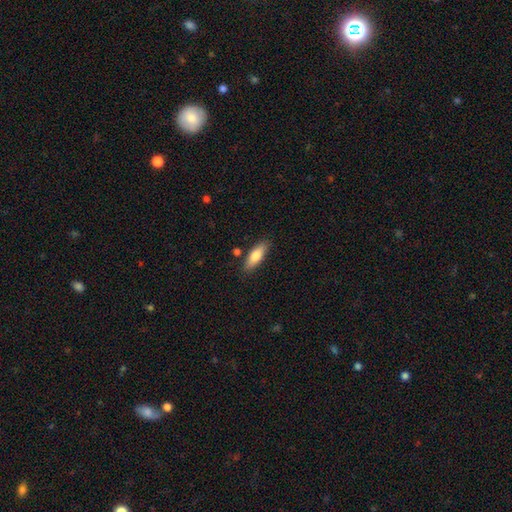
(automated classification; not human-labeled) smooth 76%, featured or disk 17%, star or artifact 6%. Down the decision tree: how rounded — in between (56%); merging — none (82%).